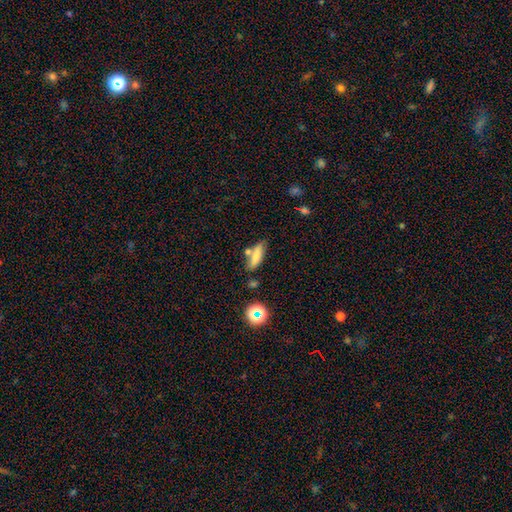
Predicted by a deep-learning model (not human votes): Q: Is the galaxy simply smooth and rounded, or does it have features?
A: smooth — 72%.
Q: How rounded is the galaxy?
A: cigar-shaped — 50%.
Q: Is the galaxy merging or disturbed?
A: none — 60%.